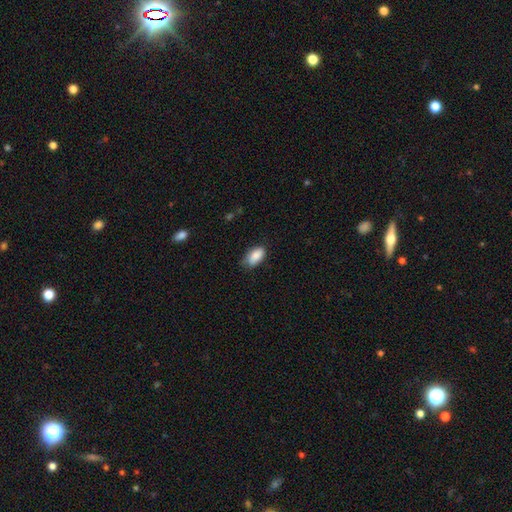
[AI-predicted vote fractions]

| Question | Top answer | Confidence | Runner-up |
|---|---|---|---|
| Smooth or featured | smooth | 87% | star or artifact (7%) |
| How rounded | in between | 93% | round (4%) |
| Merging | none | 72% | minor disturbance (23%) |